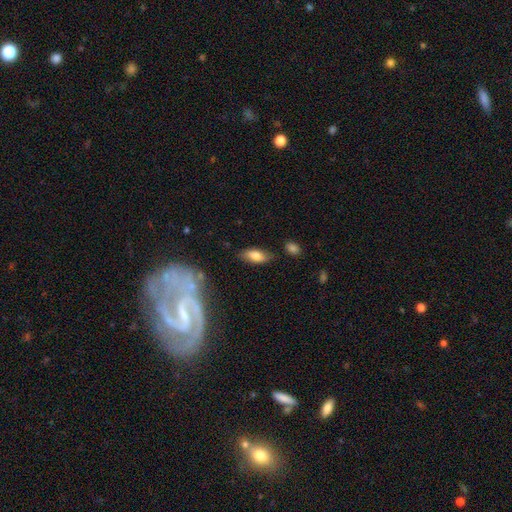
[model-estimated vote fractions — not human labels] A smooth galaxy with no disk features (76%) that is in between round and cigar-shaped (83%).

Vote fractions:
- Smooth or featured? smooth: 76% / featured or disk: 16% / star or artifact: 8%
- How rounded? in between: 83% / cigar-shaped: 14% / round: 3%
- Merging? none: 77% / minor disturbance: 17% / major disturbance: 4% / merger: 3%